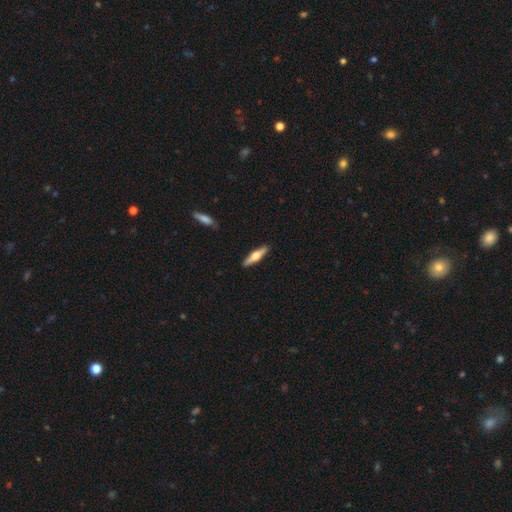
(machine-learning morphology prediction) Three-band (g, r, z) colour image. It shows a featured or disk galaxy (56%) viewed edge-on (95%) with a rounded central bulge (92%). Merging: none (89%).